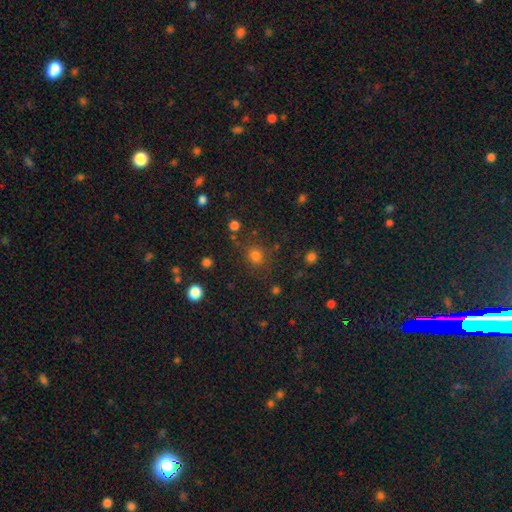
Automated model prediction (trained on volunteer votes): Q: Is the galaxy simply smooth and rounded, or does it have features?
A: smooth — 75%.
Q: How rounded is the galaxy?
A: round — 83%.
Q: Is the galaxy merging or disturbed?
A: none — 79%.